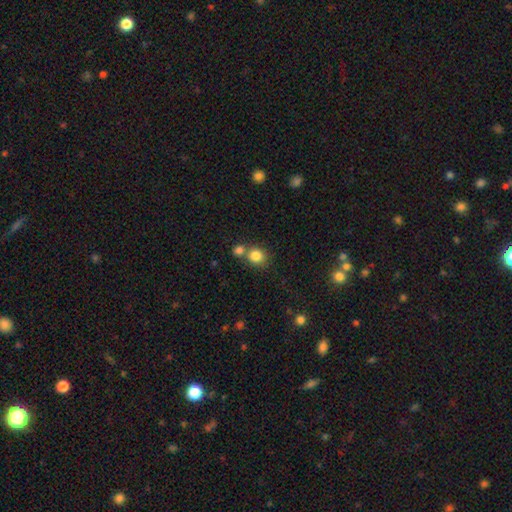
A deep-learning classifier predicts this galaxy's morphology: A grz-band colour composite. It shows a smooth galaxy with no disk features (83%) that is round (81%). Merging: none (56%).